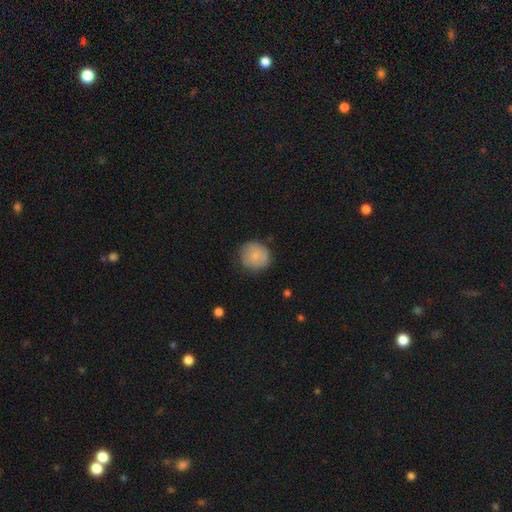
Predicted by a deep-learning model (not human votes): A smooth galaxy with no disk features (79%) that is round (89%). Merging: none (76%).